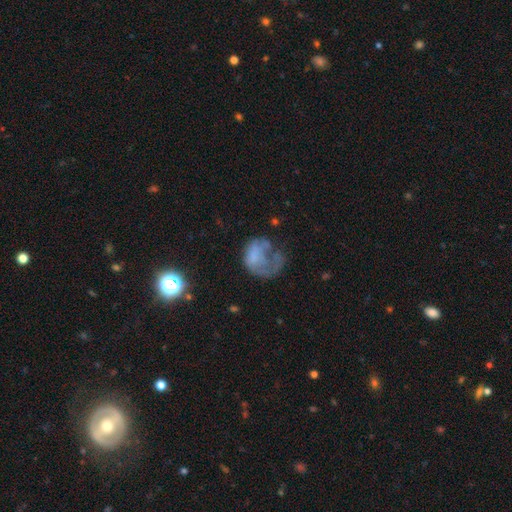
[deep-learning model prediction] smooth 44%, featured or disk 43%, star or artifact 13%. Down the decision tree: merging — major disturbance (51%).